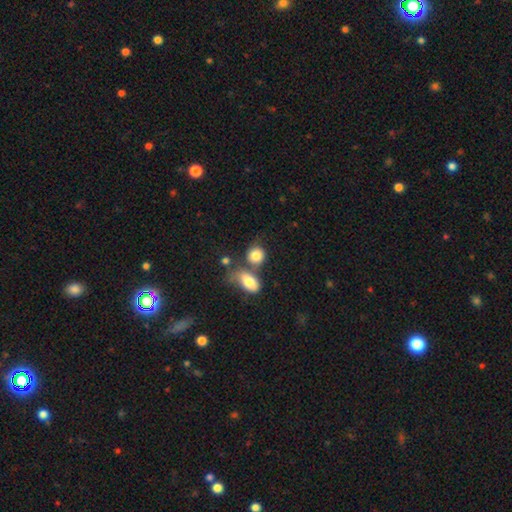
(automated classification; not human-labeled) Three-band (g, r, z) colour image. It shows a smooth galaxy with no disk features (82%) that is round (68%). Merging: none (41%).